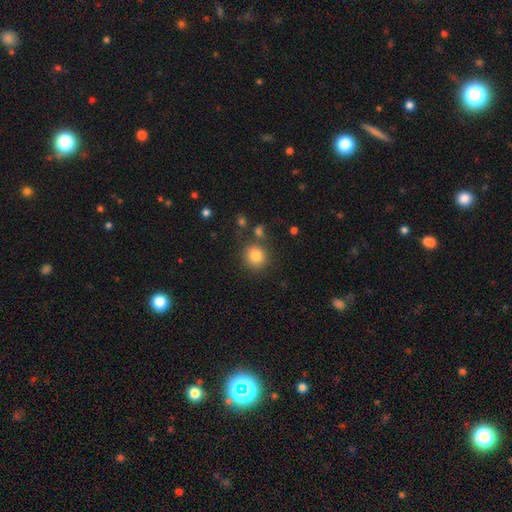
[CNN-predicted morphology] type=smooth (83%); roundness=round (85%); merging=none (79%).